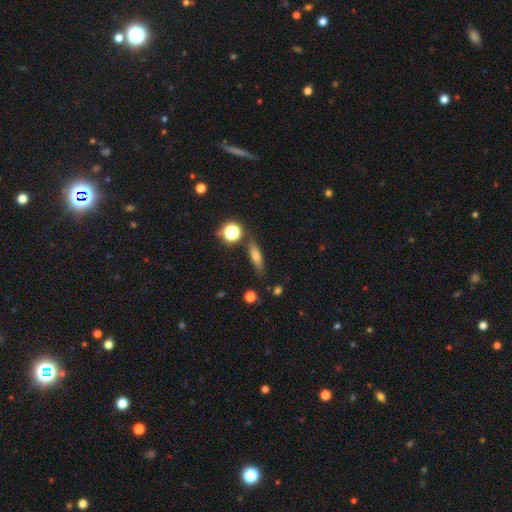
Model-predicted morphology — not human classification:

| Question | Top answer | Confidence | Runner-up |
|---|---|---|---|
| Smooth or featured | smooth | 61% | featured or disk (27%) |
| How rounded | cigar-shaped | 57% | in between (36%) |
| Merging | none | 80% | minor disturbance (12%) |